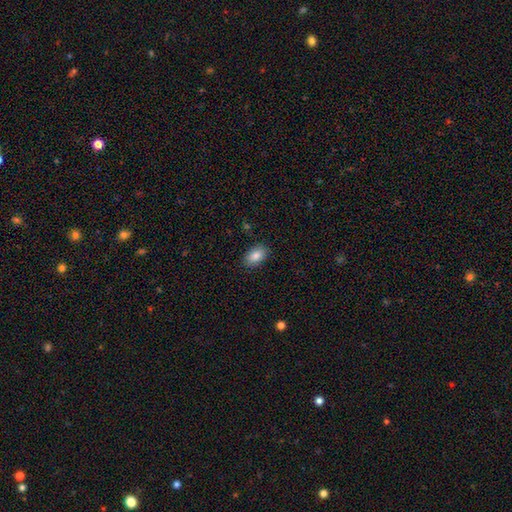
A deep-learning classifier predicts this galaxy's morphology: type=smooth (85%); roundness=in between (91%); merging=none (88%).